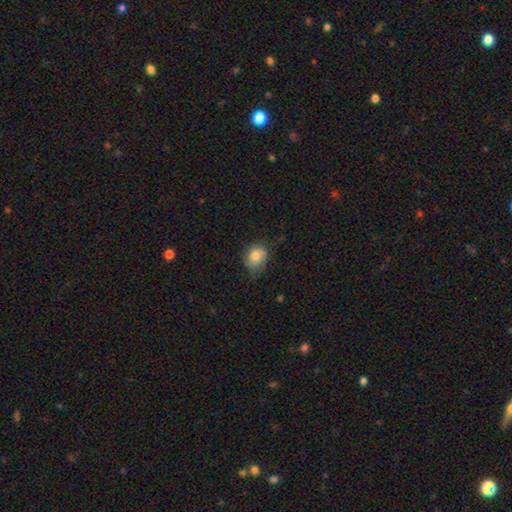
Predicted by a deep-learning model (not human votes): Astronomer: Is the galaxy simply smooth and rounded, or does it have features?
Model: smooth — 81%.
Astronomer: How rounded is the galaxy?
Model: round — 60% (runner-up: in between, 39%).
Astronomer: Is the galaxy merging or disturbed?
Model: none — 57% (runner-up: minor disturbance, 33%).